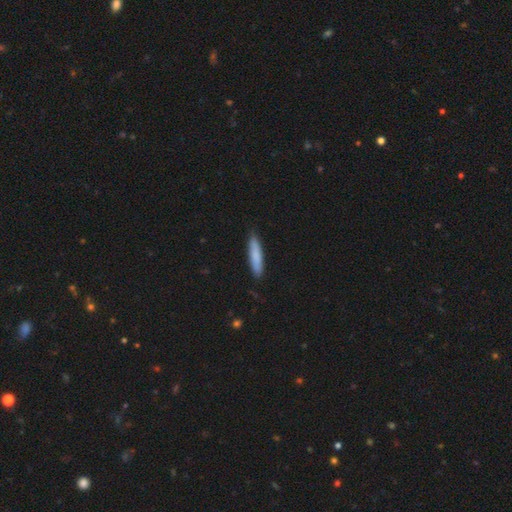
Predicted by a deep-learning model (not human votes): smooth-or-featured: smooth: 82% | featured or disk: 13% | star or artifact: 5%
  how-rounded: cigar-shaped: 87% | in between: 12% | round: 1%
  merging: none: 87% | minor disturbance: 11% | major disturbance: 2% | merger: 1%